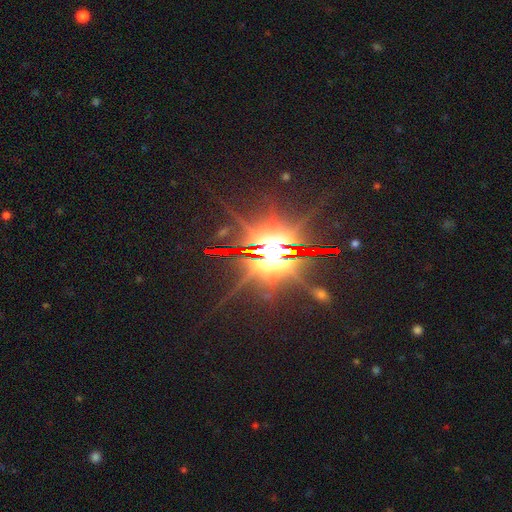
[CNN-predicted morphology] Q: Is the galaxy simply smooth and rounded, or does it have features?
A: star or artifact — 79%.